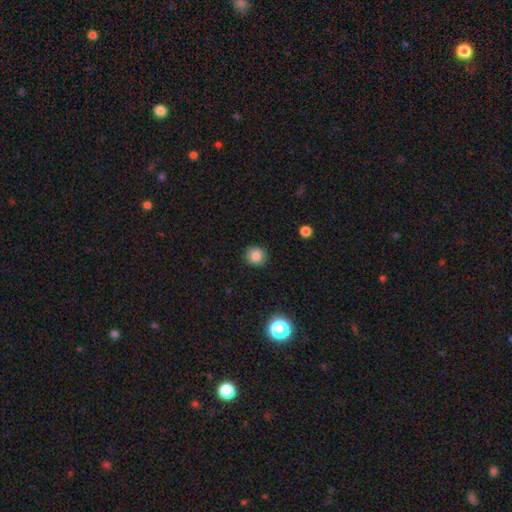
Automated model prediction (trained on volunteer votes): A smooth galaxy with no disk features (83%) that is round (88%).

Vote fractions:
- Smooth or featured? smooth: 83% / star or artifact: 12% / featured or disk: 5%
- How rounded? round: 88% / in between: 11% / cigar-shaped: 1%
- Merging? none: 90% / minor disturbance: 7% / major disturbance: 2% / merger: 1%